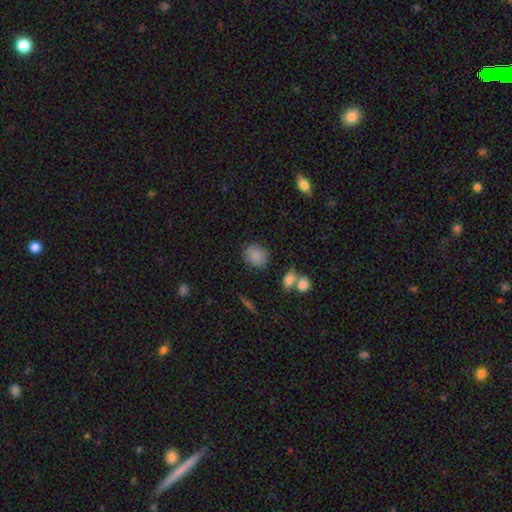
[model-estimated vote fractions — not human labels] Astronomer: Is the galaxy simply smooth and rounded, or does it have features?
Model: smooth — 85%.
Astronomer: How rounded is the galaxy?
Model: round — 56% (runner-up: in between, 42%).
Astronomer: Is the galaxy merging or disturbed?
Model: none — 80%.